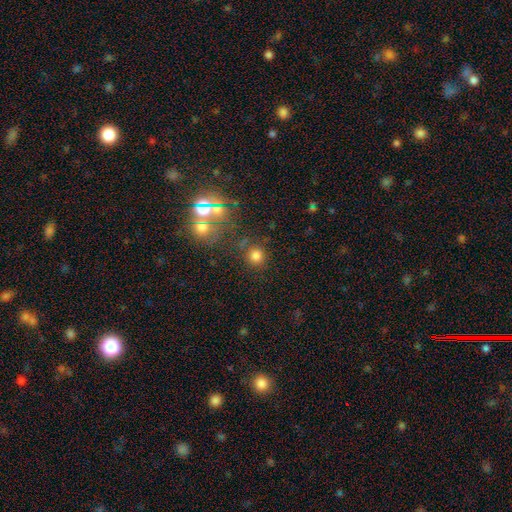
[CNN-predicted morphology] Smooth or featured? smooth (76%)
How rounded? round (91%)
Merging? none (80%)